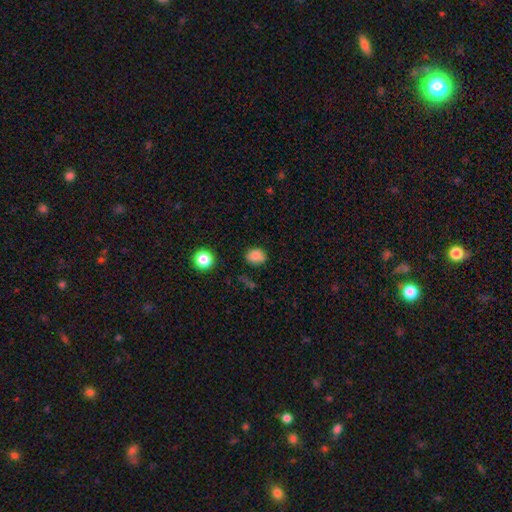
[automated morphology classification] This appears to be a smooth galaxy with no disk features (82%) that is round (56%). Merging: none (76%).